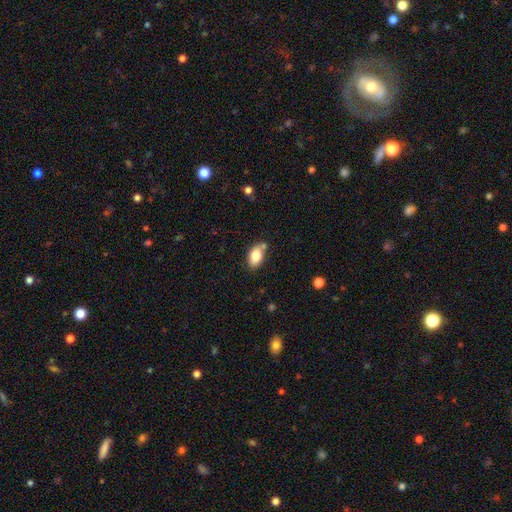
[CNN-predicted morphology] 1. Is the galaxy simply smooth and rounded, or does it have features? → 81% smooth, 11% featured or disk, 8% star or artifact.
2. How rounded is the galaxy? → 91% in between, 6% round, 2% cigar-shaped.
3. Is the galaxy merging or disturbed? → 69% none, 17% minor disturbance, 10% merger, 4% major disturbance.